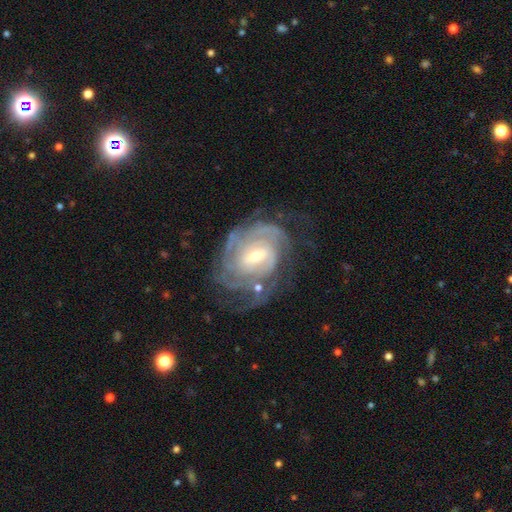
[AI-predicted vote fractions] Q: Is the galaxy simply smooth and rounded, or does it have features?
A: featured or disk — 90%.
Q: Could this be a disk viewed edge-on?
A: no — 97%.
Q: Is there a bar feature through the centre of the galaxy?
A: weak — 52%.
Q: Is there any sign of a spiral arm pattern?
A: yes — 96%.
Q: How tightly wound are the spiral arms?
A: tight — 71%.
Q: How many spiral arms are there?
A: can't tell — 31%.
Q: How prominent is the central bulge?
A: small — 50%.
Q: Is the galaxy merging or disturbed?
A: none — 63%.